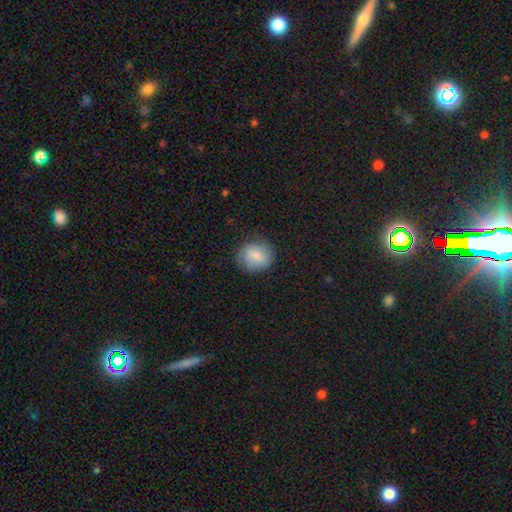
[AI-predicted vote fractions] smooth 82%, featured or disk 11%, star or artifact 8%. Down the decision tree: how rounded — round (76%); merging — none (79%).